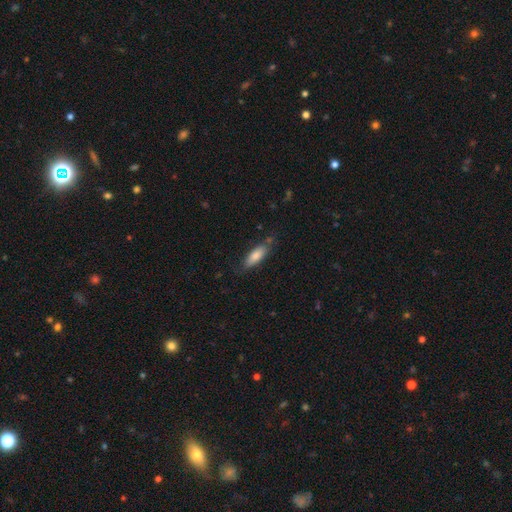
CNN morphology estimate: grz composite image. It shows a smooth galaxy with no disk features (79%) that is in between round and cigar-shaped (64%). Merging: none (71%).